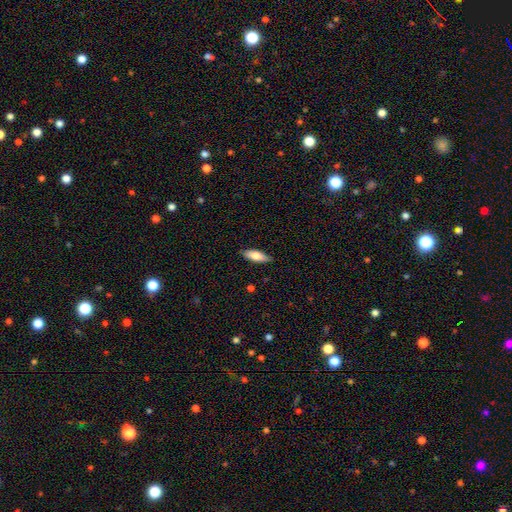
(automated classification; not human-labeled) Smooth or featured: smooth — 72% (featured or disk — 23%)
How rounded: in between — 66% (cigar-shaped — 32%)
Merging: none — 88% (minor disturbance — 9%)